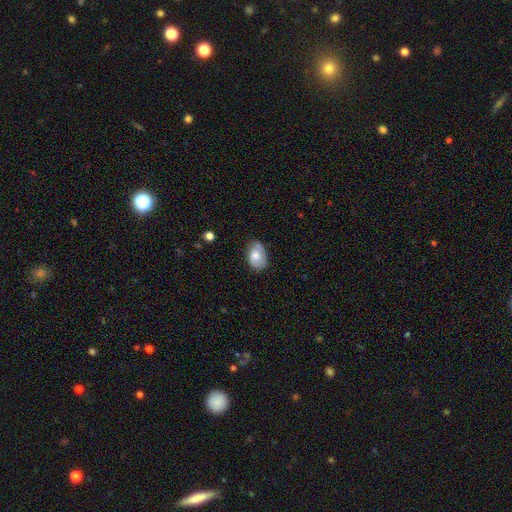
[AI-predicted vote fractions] smooth-or-featured: smooth: 65% | featured or disk: 27% | star or artifact: 7%
  how-rounded: in between: 81% | round: 17% | cigar-shaped: 1%
  merging: none: 55% | minor disturbance: 33% | major disturbance: 9% | merger: 4%